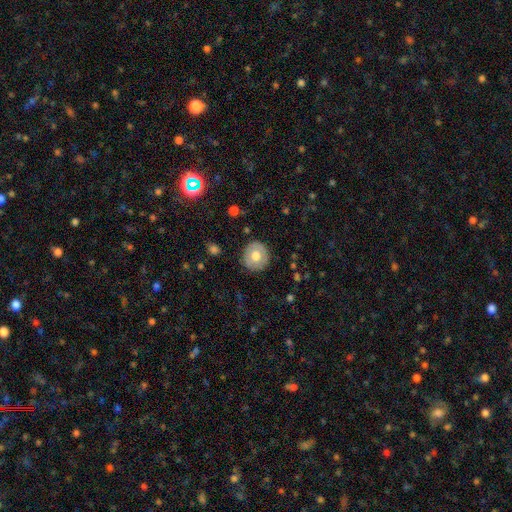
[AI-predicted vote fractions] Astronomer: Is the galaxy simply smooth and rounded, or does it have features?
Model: smooth — 67%.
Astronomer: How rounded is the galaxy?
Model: round — 89%.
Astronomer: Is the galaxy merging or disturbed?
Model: none — 88%.